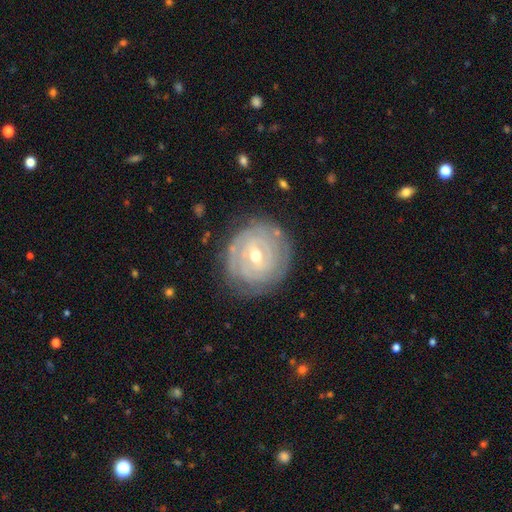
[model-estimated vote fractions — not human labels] Smooth or featured: featured or disk — 84% (smooth — 11%)
Edge-on disk: no — 97% (yes — 3%)
Bar: weak — 52% (no — 29%)
Spiral arms: yes — 89% (no — 11%)
Spiral winding: tight — 86% (medium — 11%)
Spiral arm count: can't tell — 44% (2 — 23%)
Bulge size: moderate — 56% (small — 41%)
Merging: none — 81% (minor disturbance — 14%)